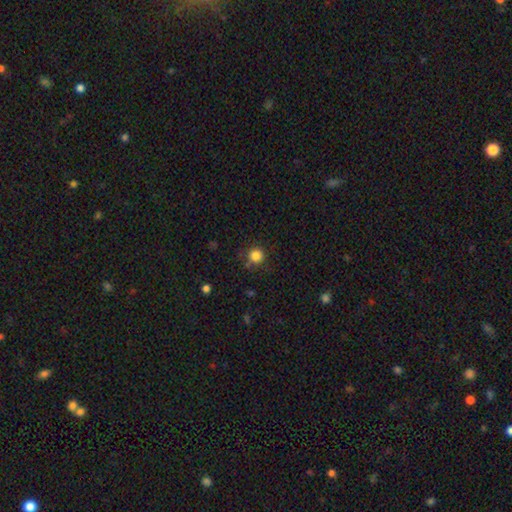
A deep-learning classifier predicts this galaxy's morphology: smooth-or-featured: smooth: 84% | star or artifact: 12% | featured or disk: 4%
  how-rounded: round: 94% | in between: 5% | cigar-shaped: 1%
  merging: none: 82% | minor disturbance: 11% | merger: 4% | major disturbance: 3%